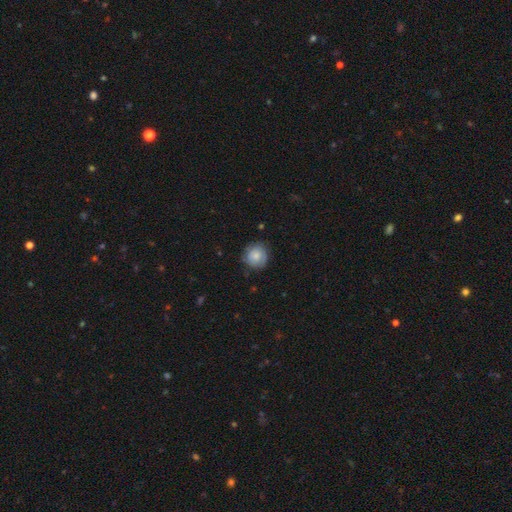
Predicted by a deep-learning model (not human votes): Morphology: type=smooth (74%); roundness=round (90%); merging=none (78%).